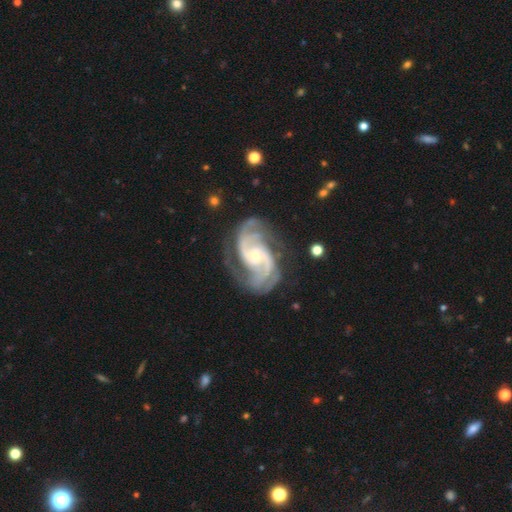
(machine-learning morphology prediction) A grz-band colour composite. It shows a featured or disk galaxy (93%) with no bar (55%), 2 (70%) medium (52%) spiral arms (98%) and a small central bulge (59%). Merging: none (73%).